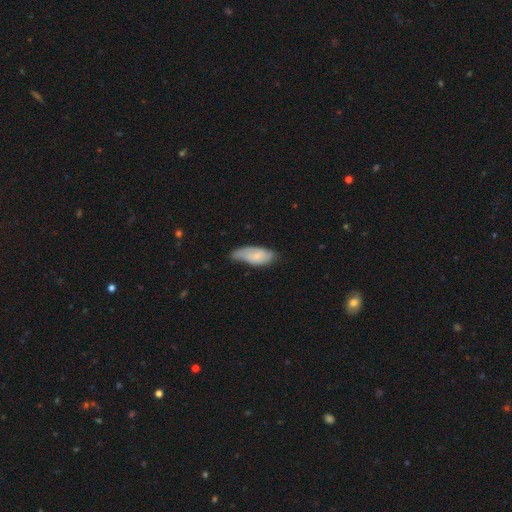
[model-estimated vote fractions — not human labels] Smooth or featured? Predicted: smooth (p=0.63). How rounded? Predicted: in between (p=0.85). Merging? Predicted: minor disturbance (p=0.43).